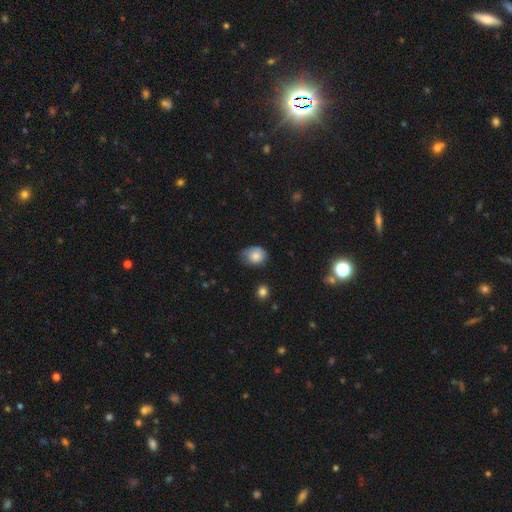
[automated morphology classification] smooth_or_featured: smooth (p=0.77) [alt: featured or disk p=0.15]
how_rounded: in between (p=0.57) [alt: round p=0.42]
merging: none (p=0.48) [alt: minor disturbance p=0.39]